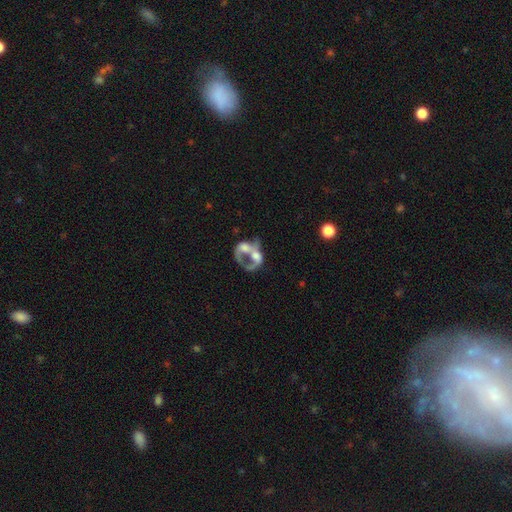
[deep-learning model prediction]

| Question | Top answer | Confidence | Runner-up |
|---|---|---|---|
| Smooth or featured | featured or disk | 59% | smooth (30%) |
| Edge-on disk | no | 97% | yes (3%) |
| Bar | no | 83% | weak (13%) |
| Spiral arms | no | 70% | yes (30%) |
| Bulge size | moderate | 33% | none (30%) |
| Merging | merger | 61% | major disturbance (21%) |